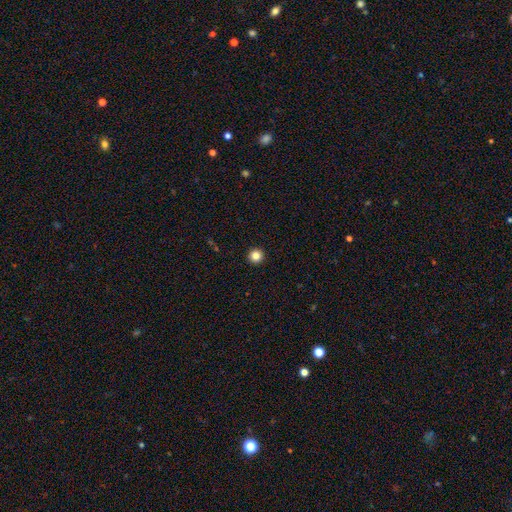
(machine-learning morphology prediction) The model was most divided on "smooth or featured": smooth: 83%, star or artifact: 12%, featured or disk: 5%. More confident: how rounded — round (96%); merging — none (94%).